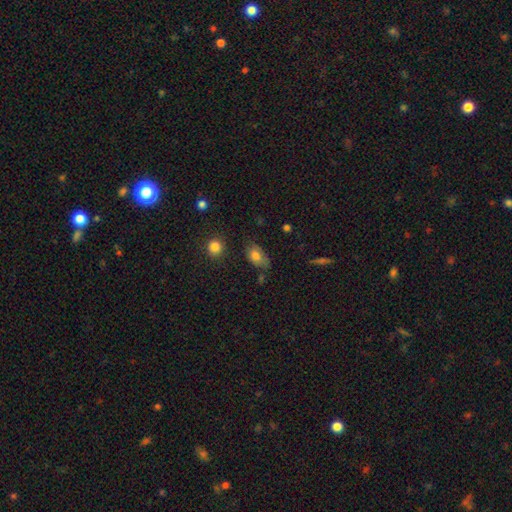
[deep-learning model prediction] Smooth or featured: smooth — 76% (featured or disk — 14%)
How rounded: in between — 86% (round — 12%)
Merging: none — 55% (minor disturbance — 32%)